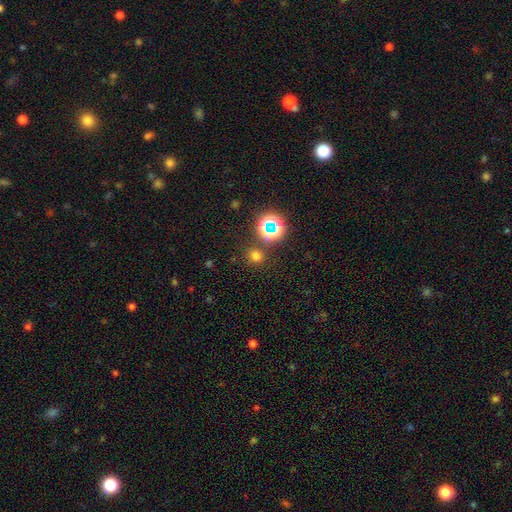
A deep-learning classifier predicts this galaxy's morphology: Q: Smooth or featured?
A: smooth (66%); runner-up: star or artifact (28%)
Q: How rounded?
A: round (84%); runner-up: in between (15%)
Q: Merging?
A: none (82%); runner-up: minor disturbance (8%)